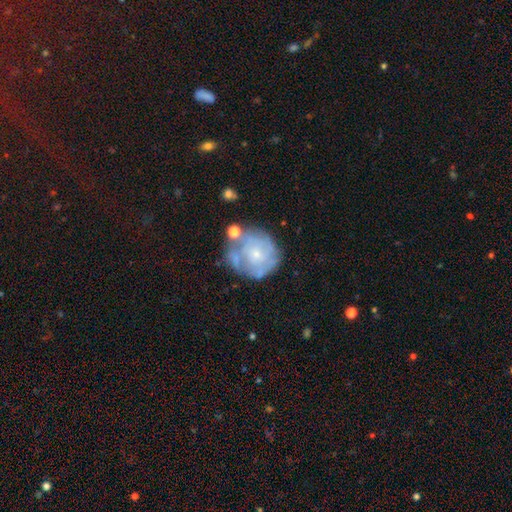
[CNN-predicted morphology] Overall: featured or disk (63%; smooth 27%). Edge-on disk: no (97%). Bar: no (84%). Spiral arms: yes (58%; no 42%). Bulge size: small (70%). Merging: none (56%; minor disturbance 22%).